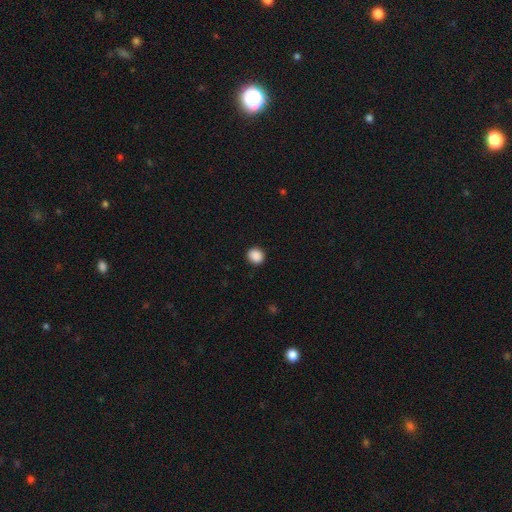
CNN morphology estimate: smooth_or_featured: smooth (p=0.89) [alt: star or artifact p=0.09]
how_rounded: round (p=0.82) [alt: in between p=0.17]
merging: none (p=0.91) [alt: minor disturbance p=0.06]